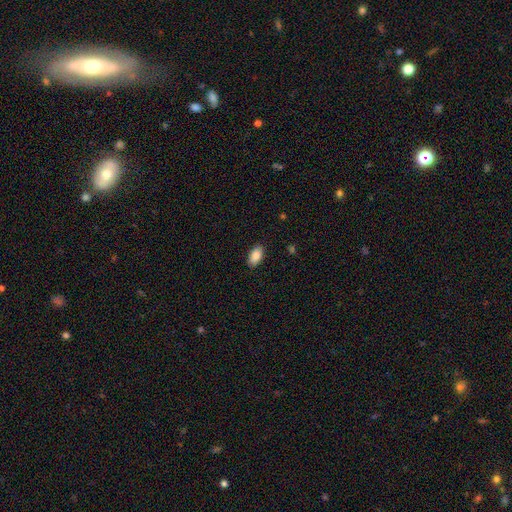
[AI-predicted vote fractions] smooth 88%, star or artifact 7%, featured or disk 5%. Down the decision tree: how rounded — in between (94%); merging — none (88%).